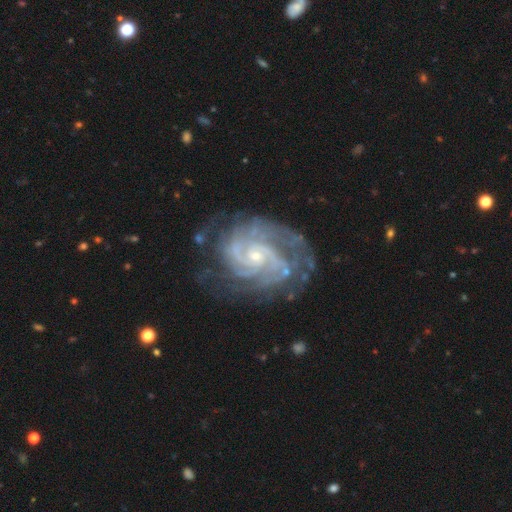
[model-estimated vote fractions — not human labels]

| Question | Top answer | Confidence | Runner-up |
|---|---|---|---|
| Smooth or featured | featured or disk | 91% | star or artifact (5%) |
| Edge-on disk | no | 98% | yes (2%) |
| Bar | no | 68% | weak (26%) |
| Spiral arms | yes | 98% | no (2%) |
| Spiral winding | tight | 65% | medium (30%) |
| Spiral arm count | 2 | 31% | 3 (24%) |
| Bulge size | small | 71% | moderate (25%) |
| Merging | none | 68% | minor disturbance (20%) |